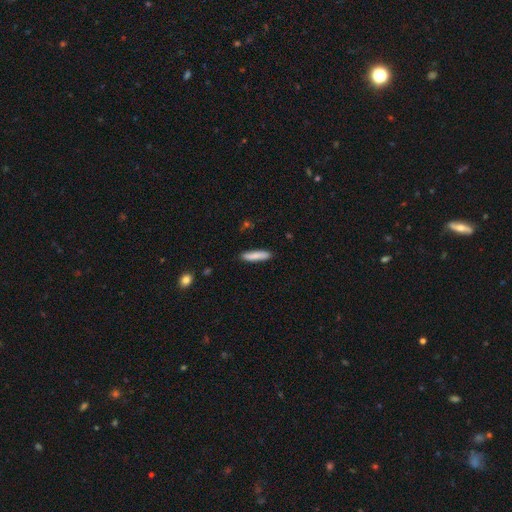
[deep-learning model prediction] A smooth galaxy with no disk features (84%) that is cigar-shaped (83%). Merging: none (87%).